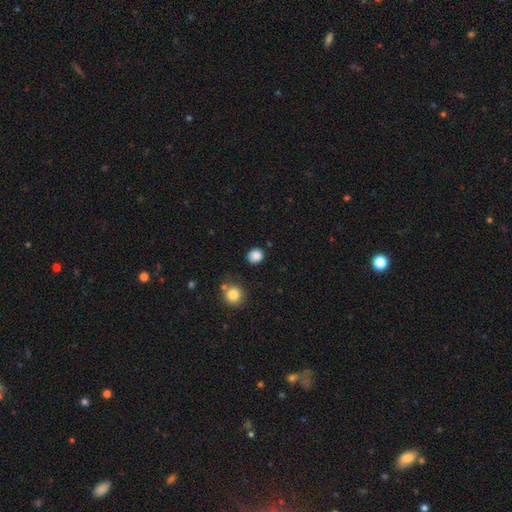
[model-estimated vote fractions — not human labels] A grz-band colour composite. It shows a smooth galaxy with no disk features (86%) that is round (82%). Merging: none (86%).